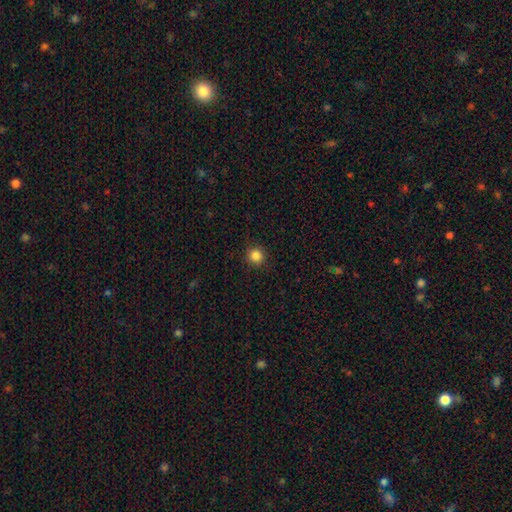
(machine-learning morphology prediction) Overall: smooth (85%). How rounded: round (94%). Merging: none (90%).